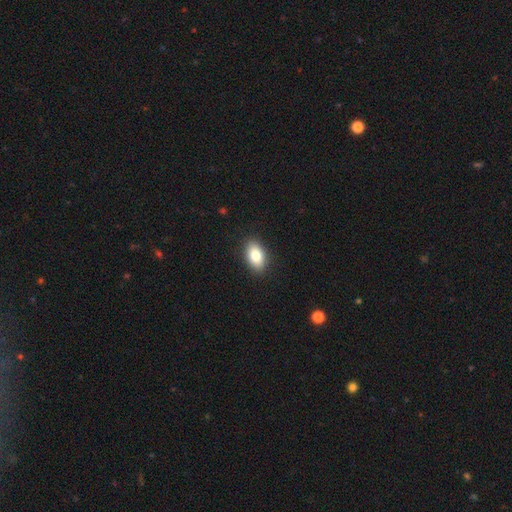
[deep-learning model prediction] smooth 83%, featured or disk 9%, star or artifact 7%. Down the decision tree: how rounded — in between (91%); merging — none (90%).